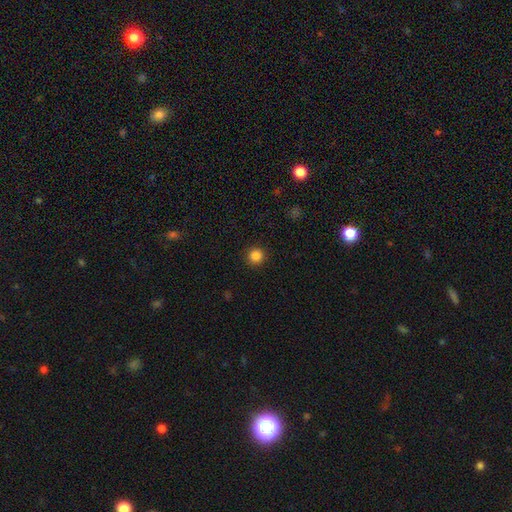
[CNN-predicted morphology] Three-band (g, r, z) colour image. It shows a smooth galaxy with no disk features (85%) that is round (95%). Merging: none (92%).